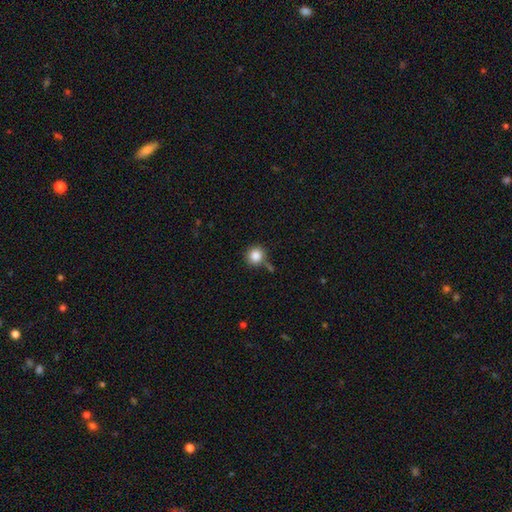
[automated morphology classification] This appears to be a smooth galaxy with no disk features (86%) that is round (89%). Merging: none (72%).